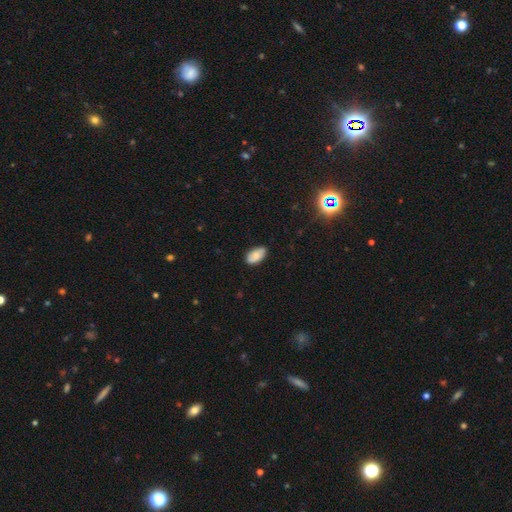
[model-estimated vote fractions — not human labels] smooth-or-featured: smooth: 78% | featured or disk: 15% | star or artifact: 7%
  how-rounded: in between: 94% | round: 4% | cigar-shaped: 2%
  merging: none: 80% | minor disturbance: 16% | major disturbance: 2% | merger: 1%